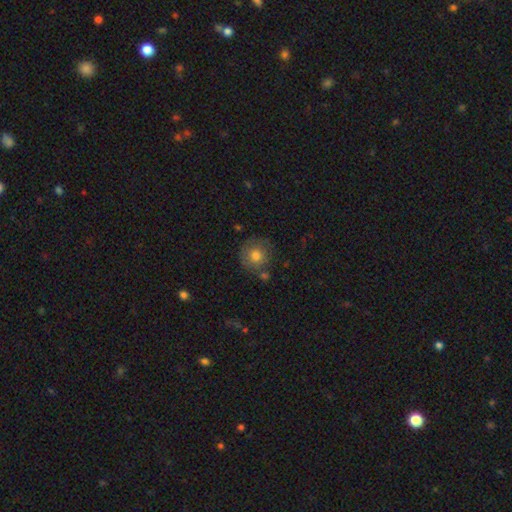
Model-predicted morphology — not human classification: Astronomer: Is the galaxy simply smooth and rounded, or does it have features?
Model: smooth — 69%.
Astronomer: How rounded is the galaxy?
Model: round — 92%.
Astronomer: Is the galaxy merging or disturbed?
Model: none — 73%.